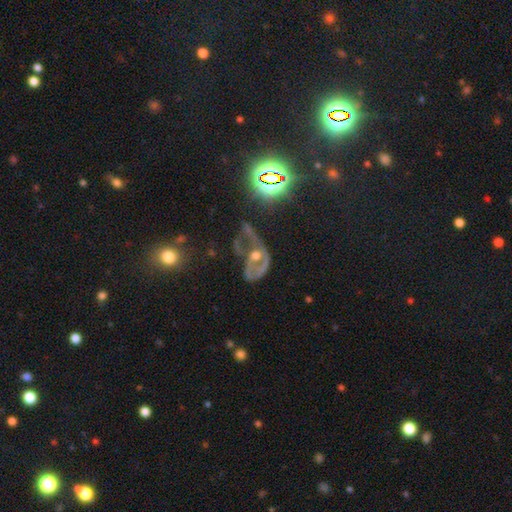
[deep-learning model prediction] A featured or disk galaxy (57%) with no bar (72%), no spiral arms (55%) and a moderate central bulge (53%).

Vote fractions:
- Smooth or featured? featured or disk: 57% / star or artifact: 26% / smooth: 16%
- Edge-on disk? no: 93% / yes: 7%
- Bar? no: 72% / weak: 18% / strong: 10%
- Spiral arms? no: 55% / yes: 45%
- Bulge size? moderate: 53% / small: 33% / none: 6% / large: 5% / dominant: 2%
- Merging? major disturbance: 46% / none: 24% / minor disturbance: 18% / merger: 12%